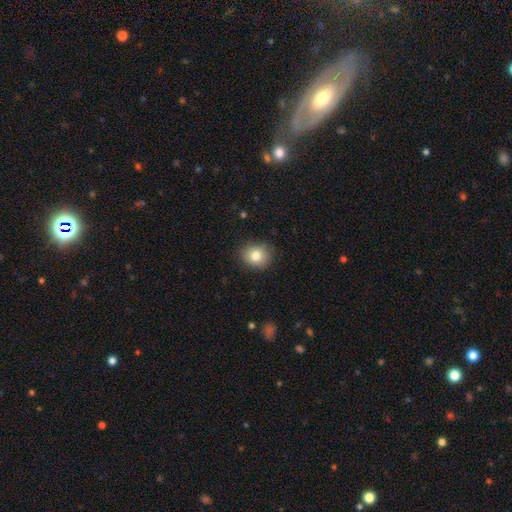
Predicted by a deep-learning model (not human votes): Smooth or featured: smooth — 80% (star or artifact — 10%)
How rounded: round — 76% (in between — 24%)
Merging: none — 82% (minor disturbance — 14%)